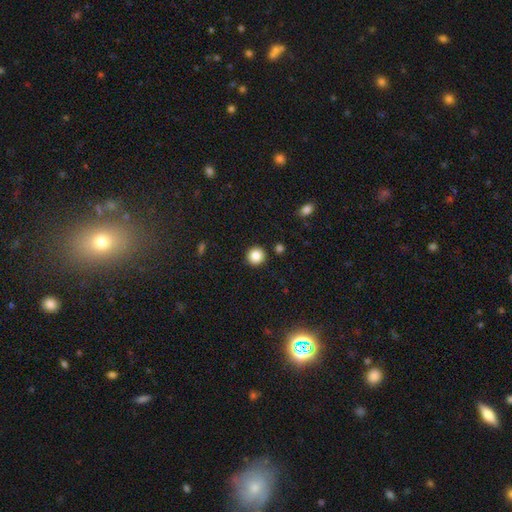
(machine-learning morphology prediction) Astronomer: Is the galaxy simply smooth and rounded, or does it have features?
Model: smooth — 86%.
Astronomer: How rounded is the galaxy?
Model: round — 93%.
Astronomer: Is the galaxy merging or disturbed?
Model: none — 91%.